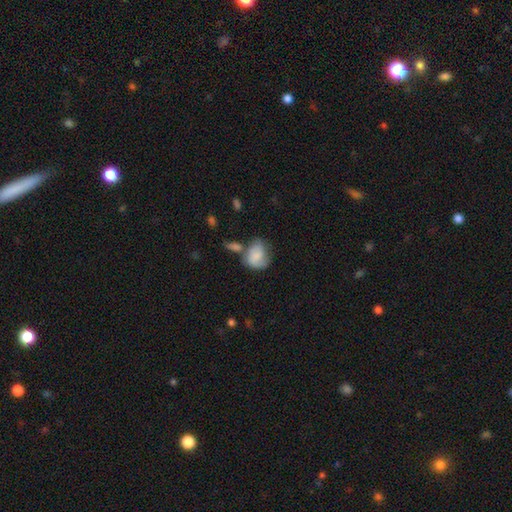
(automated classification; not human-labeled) This appears to be a smooth galaxy with no disk features (70%) that is in between round and cigar-shaped (52%). Merging: none (34%).